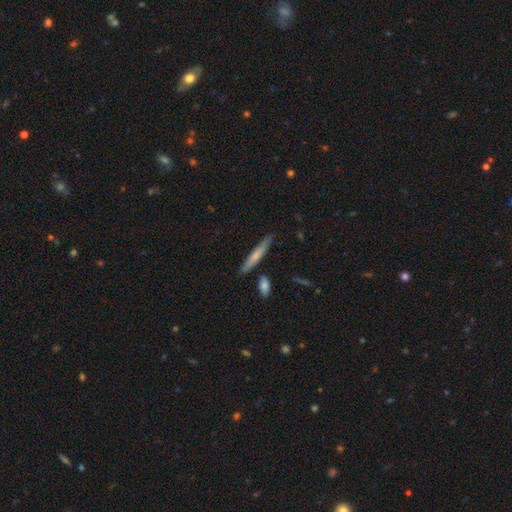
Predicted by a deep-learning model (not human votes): A smooth galaxy with no disk features (62%) that is cigar-shaped (93%).

Vote fractions:
- Smooth or featured? smooth: 62% / featured or disk: 31% / star or artifact: 6%
- How rounded? cigar-shaped: 93% / in between: 5% / round: 2%
- Merging? none: 85% / minor disturbance: 10% / merger: 4% / major disturbance: 2%